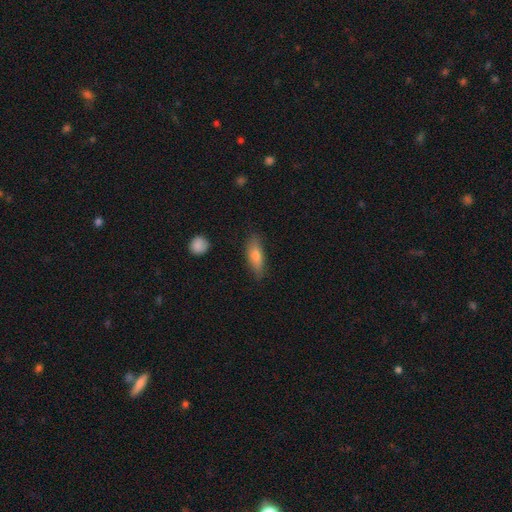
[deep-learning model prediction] A smooth galaxy with no disk features (71%) that is in between round and cigar-shaped (54%). Merging: none (80%).